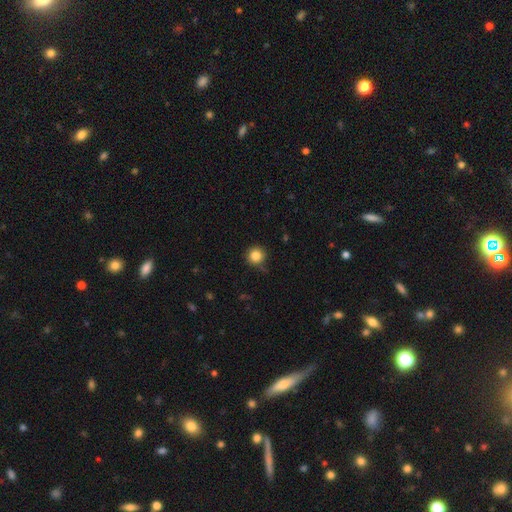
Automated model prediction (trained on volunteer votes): A smooth galaxy with no disk features (84%) that is round (95%). Merging: none (83%).